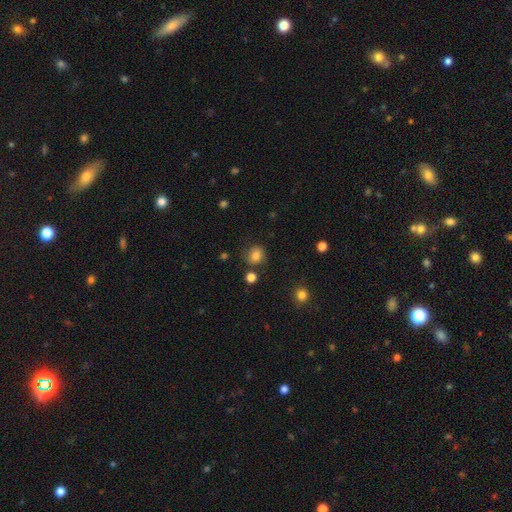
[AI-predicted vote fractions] A smooth galaxy with no disk features (81%) that is round (73%). Merging: none (77%).